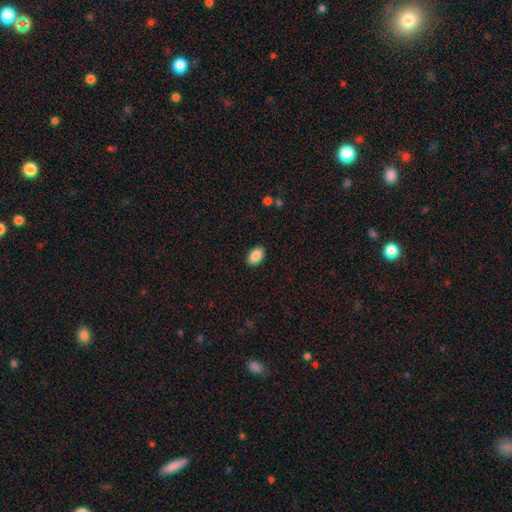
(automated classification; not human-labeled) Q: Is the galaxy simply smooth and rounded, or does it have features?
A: smooth — 88%.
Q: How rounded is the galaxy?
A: in between — 91%.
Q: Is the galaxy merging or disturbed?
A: none — 89%.